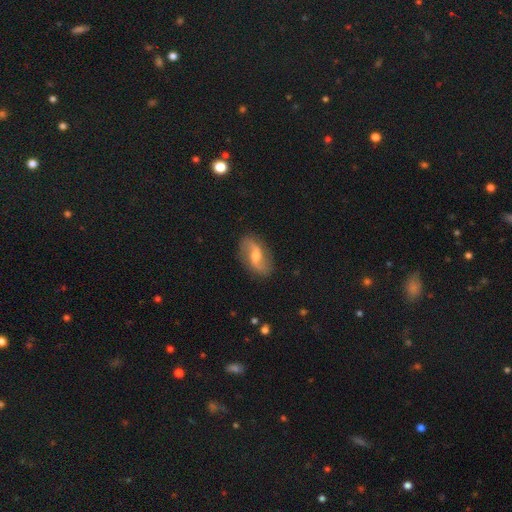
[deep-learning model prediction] Q: Smooth or featured?
A: featured or disk (79%); runner-up: smooth (15%)
Q: Edge-on disk?
A: no (95%); runner-up: yes (5%)
Q: Bar?
A: weak (48%); runner-up: no (34%)
Q: Spiral arms?
A: yes (93%); runner-up: no (7%)
Q: Spiral winding?
A: loose (72%); runner-up: medium (21%)
Q: Spiral arm count?
A: 2 (92%); runner-up: can't tell (3%)
Q: Bulge size?
A: moderate (60%); runner-up: small (31%)
Q: Merging?
A: none (84%); runner-up: minor disturbance (11%)